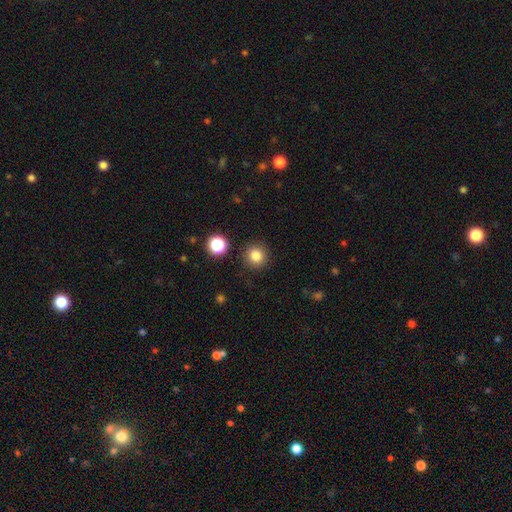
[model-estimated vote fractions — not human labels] A smooth galaxy with no disk features (82%) that is round (93%).

Vote fractions:
- Smooth or featured? smooth: 82% / star or artifact: 13% / featured or disk: 5%
- How rounded? round: 93% / in between: 6% / cigar-shaped: 1%
- Merging? none: 89% / minor disturbance: 6% / major disturbance: 2% / merger: 2%